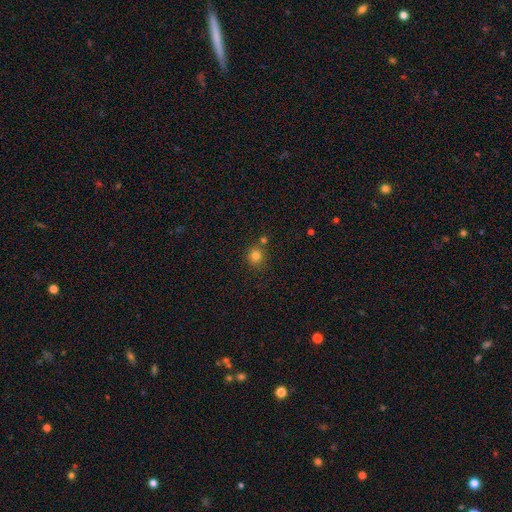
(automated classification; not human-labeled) A smooth galaxy with no disk features (80%) that is round (91%). Merging: none (73%).